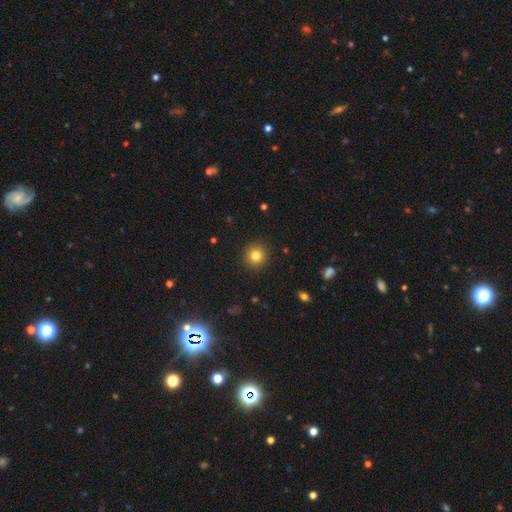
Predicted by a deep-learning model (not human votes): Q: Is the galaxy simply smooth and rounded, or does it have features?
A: smooth — 81%.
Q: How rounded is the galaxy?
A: round — 94%.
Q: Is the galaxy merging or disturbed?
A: none — 92%.